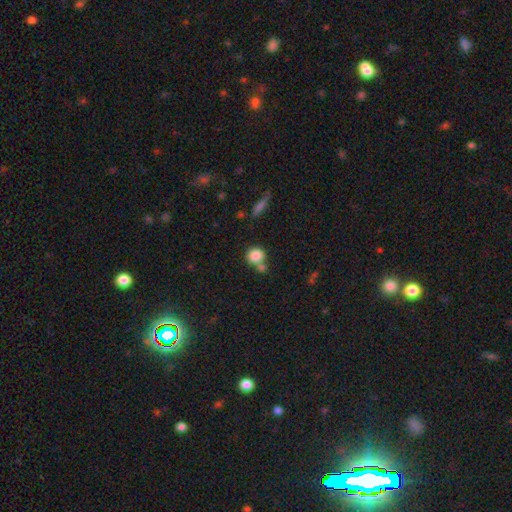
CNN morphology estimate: A smooth galaxy with no disk features (85%) that is round (82%).

Vote fractions:
- Smooth or featured? smooth: 85% / star or artifact: 9% / featured or disk: 6%
- How rounded? round: 82% / in between: 17% / cigar-shaped: 1%
- Merging? none: 53% / merger: 33% / minor disturbance: 10% / major disturbance: 4%